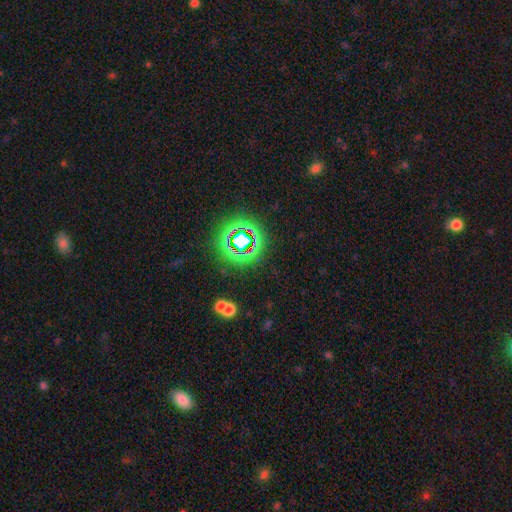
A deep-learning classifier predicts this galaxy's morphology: This is likely a star or artifact rather than a galaxy (72%).